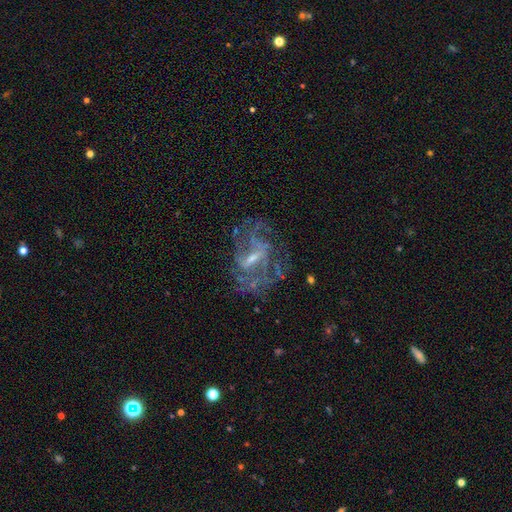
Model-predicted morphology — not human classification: Overall: featured or disk (73%). Edge-on disk: no (94%). Bar: weak (49%; strong 28%). Spiral arms: yes (72%). Bulge size: small (48%; moderate 32%). Merging: none (60%).